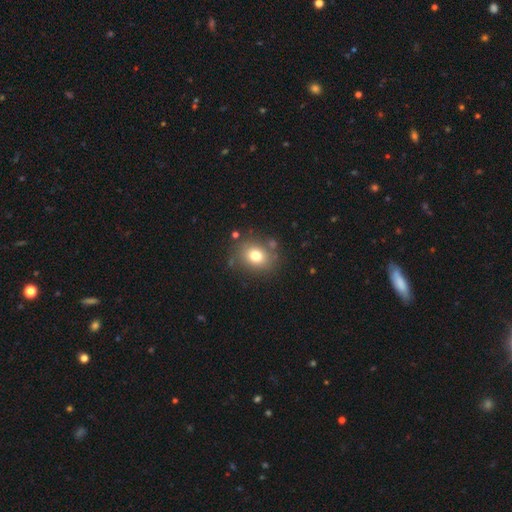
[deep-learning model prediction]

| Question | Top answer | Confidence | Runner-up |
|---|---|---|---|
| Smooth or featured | smooth | 76% | featured or disk (12%) |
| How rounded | round | 55% | in between (44%) |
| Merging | none | 78% | minor disturbance (12%) |